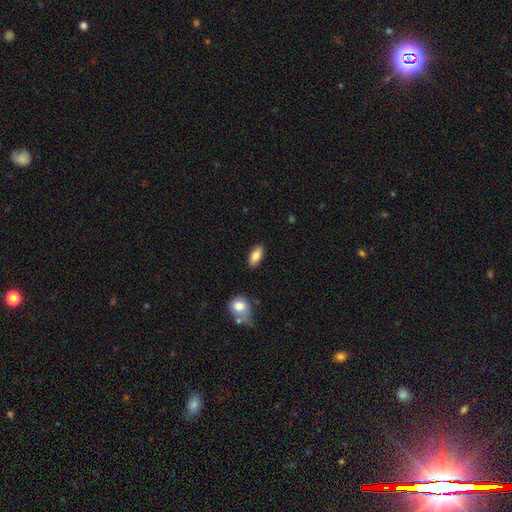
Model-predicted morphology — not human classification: Overall: smooth (84%). How rounded: in between (88%). Merging: none (87%).